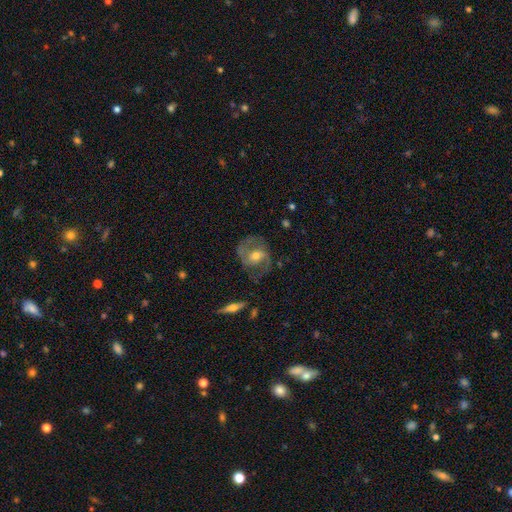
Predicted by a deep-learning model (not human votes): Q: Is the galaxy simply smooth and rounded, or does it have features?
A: featured or disk — 81%.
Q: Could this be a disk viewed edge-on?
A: no — 96%.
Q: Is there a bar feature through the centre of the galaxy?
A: no — 41%.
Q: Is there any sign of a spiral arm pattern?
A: yes — 91%.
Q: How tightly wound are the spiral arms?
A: medium — 53%.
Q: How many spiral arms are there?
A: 2 — 86%.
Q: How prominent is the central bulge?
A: moderate — 61%.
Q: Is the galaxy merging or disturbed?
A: none — 69%.